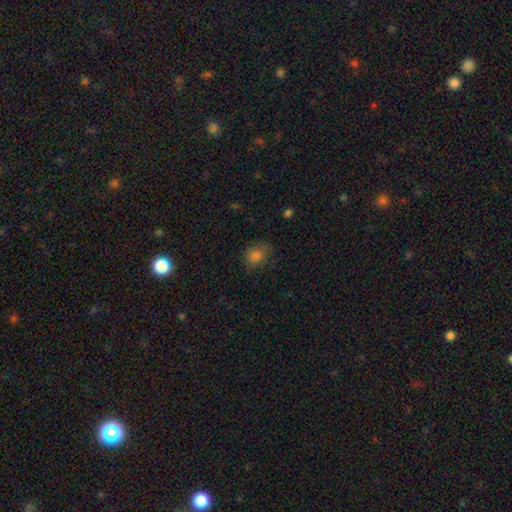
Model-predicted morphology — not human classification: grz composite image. It shows a smooth galaxy with no disk features (79%) that is round (57%). Merging: none (67%).